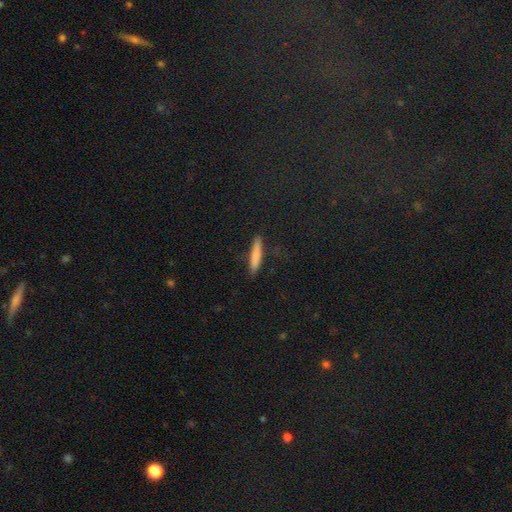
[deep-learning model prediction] smooth 76%, featured or disk 17%, star or artifact 7%. Down the decision tree: how rounded — cigar-shaped (89%); merging — none (86%).